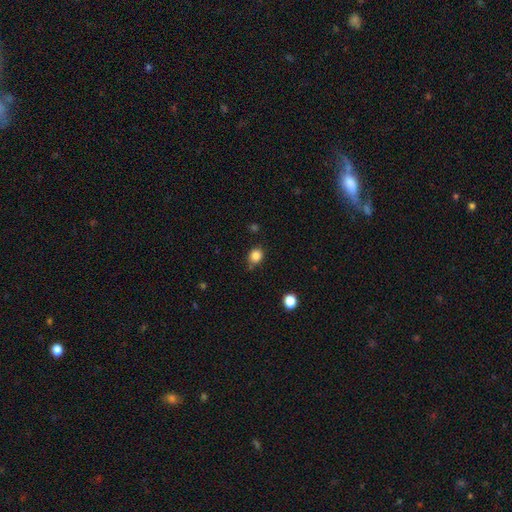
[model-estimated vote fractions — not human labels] Smooth or featured? Predicted: smooth (p=0.85). How rounded? Predicted: round (p=0.72). Merging? Predicted: none (p=0.76).